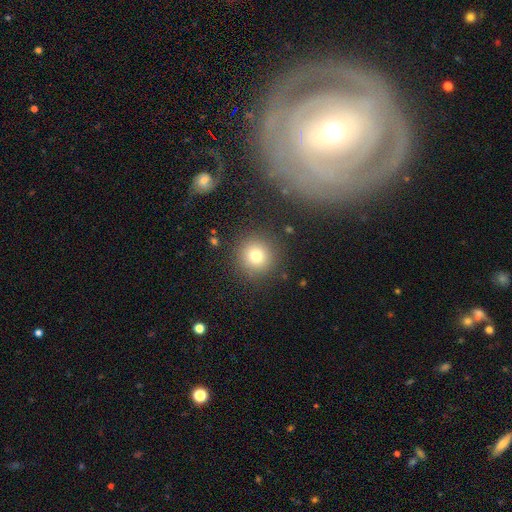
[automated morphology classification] Smooth or featured?
  - smooth: 76% *
  - star or artifact: 14%
  - featured or disk: 9%
How rounded?
  - round: 93% *
  - in between: 6%
  - cigar-shaped: 1%
Merging?
  - none: 87% *
  - minor disturbance: 7%
  - major disturbance: 3%
  - merger: 2%